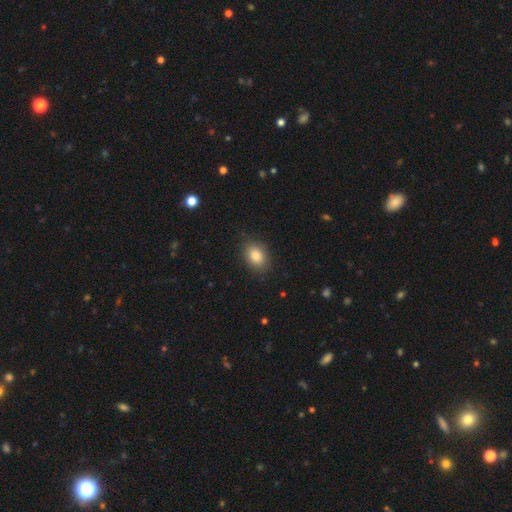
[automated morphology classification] smooth_or_featured: smooth (p=0.85) [alt: star or artifact p=0.09]
how_rounded: in between (p=0.73) [alt: round p=0.26]
merging: none (p=0.84) [alt: minor disturbance p=0.12]